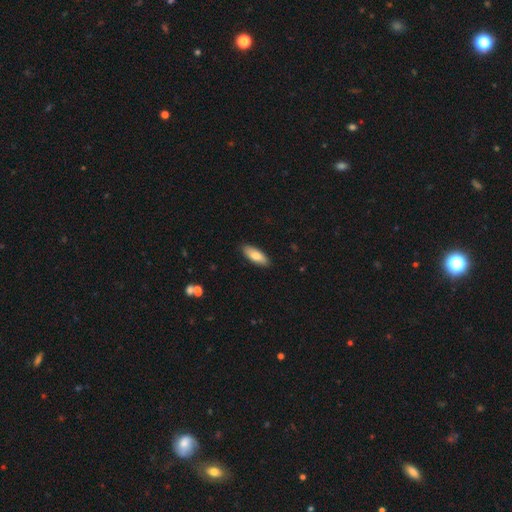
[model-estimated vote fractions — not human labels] Smooth or featured? smooth (77%)
How rounded? in between (74%)
Merging? none (89%)